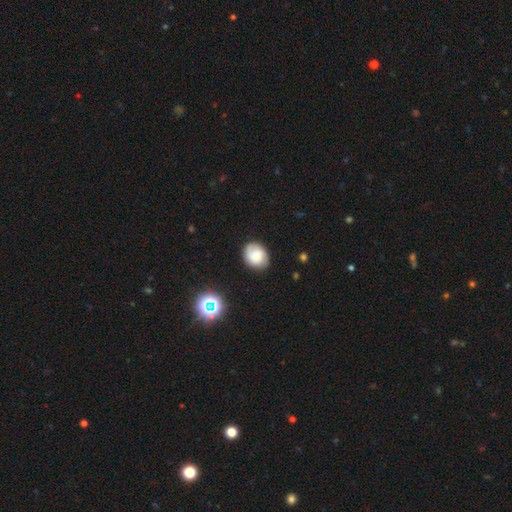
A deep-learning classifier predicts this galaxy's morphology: Smooth or featured? smooth (68%)
How rounded? round (55%)
Merging? none (79%)